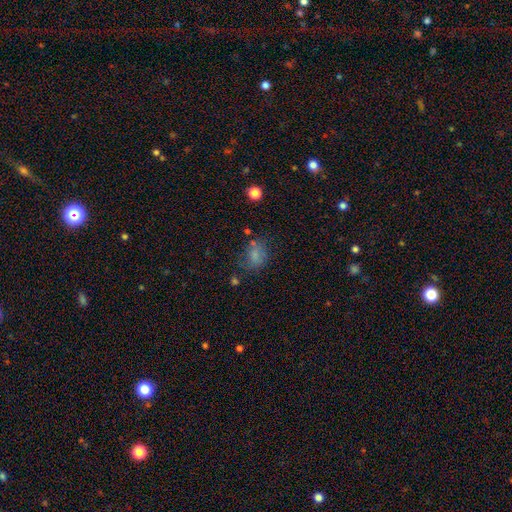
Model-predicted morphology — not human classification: smooth-or-featured: smooth: 71% | star or artifact: 15% | featured or disk: 14%
  how-rounded: in between: 58% | round: 41% | cigar-shaped: 1%
  merging: none: 54% | minor disturbance: 25% | major disturbance: 15% | merger: 7%